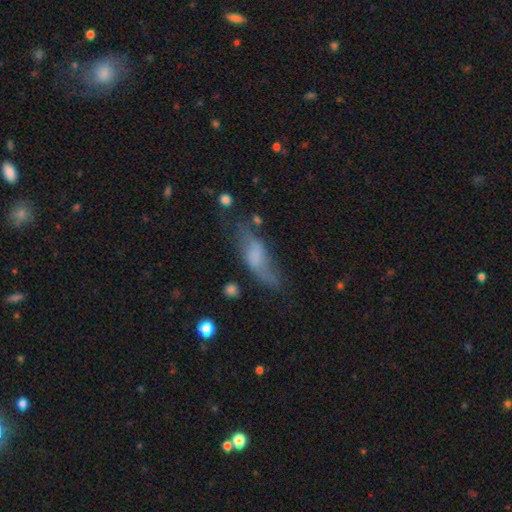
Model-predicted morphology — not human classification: Smooth or featured: smooth — 52% (featured or disk — 38%)
How rounded: in between — 57% (cigar-shaped — 40%)
Merging: none — 46% (minor disturbance — 28%)